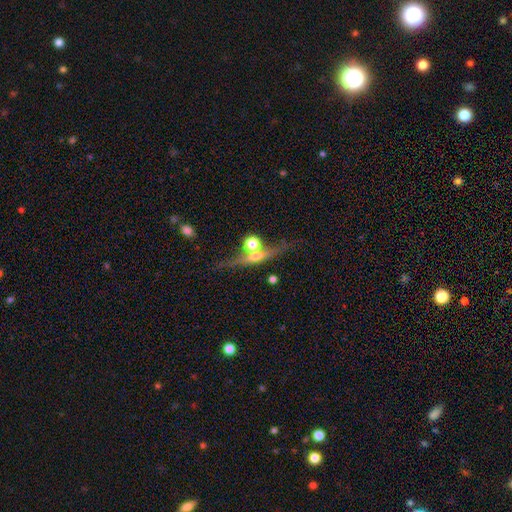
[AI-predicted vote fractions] The model was most divided on "smooth or featured": featured or disk: 67%, smooth: 23%, star or artifact: 10%. More confident: edge-on disk — yes (89%); edge-on bulge — rounded (86%); merging — none (63%).